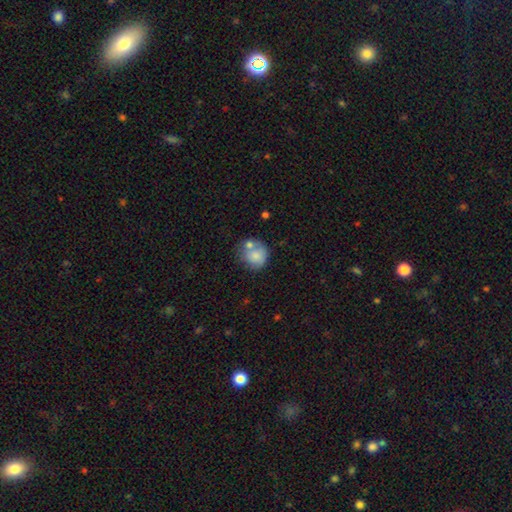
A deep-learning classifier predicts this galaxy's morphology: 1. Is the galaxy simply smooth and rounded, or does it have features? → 77% smooth, 15% featured or disk, 8% star or artifact.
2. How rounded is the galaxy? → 82% round, 17% in between, 1% cigar-shaped.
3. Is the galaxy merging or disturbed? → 47% none, 29% merger, 18% minor disturbance, 6% major disturbance.